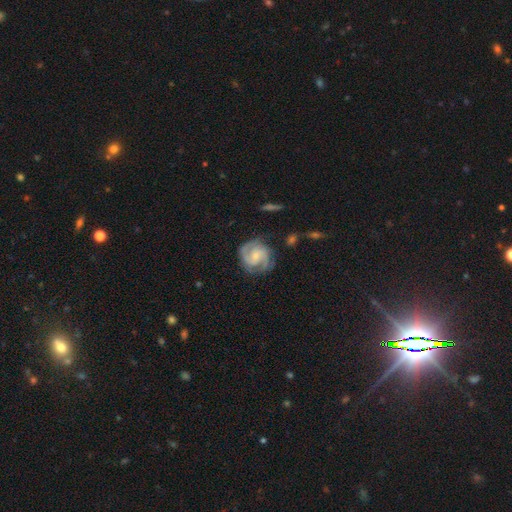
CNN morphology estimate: type=featured or disk (86%); edge-on=no (98%); bar=no (52%); spiral arms=yes (97%); winding=tight (47%); arm count=2 (72%); bulge=small (58%); merging=none (74%).